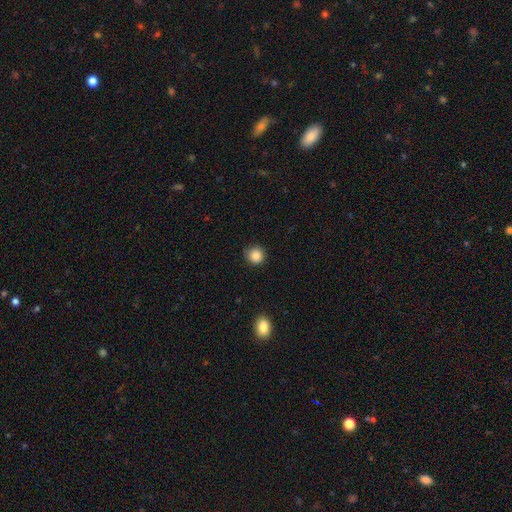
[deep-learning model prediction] smooth_or_featured: smooth (p=0.86) [alt: star or artifact p=0.10]
how_rounded: round (p=0.91) [alt: in between p=0.08]
merging: none (p=0.84) [alt: minor disturbance p=0.12]